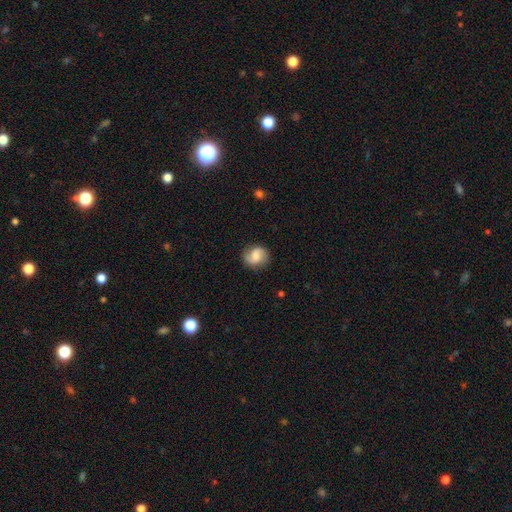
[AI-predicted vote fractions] smooth_or_featured: smooth (p=0.50) [alt: featured or disk p=0.42]
merging: none (p=0.79) [alt: minor disturbance p=0.15]